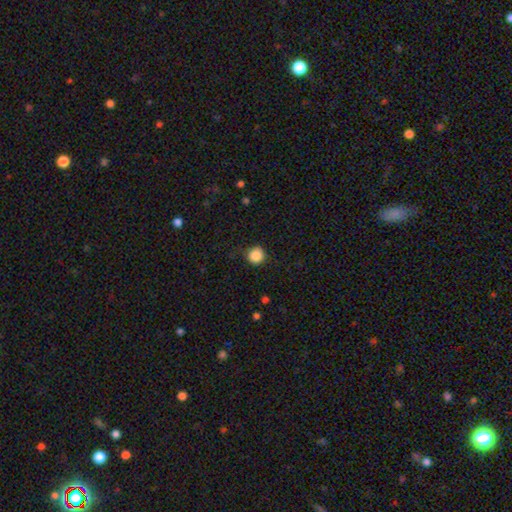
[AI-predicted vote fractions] A smooth galaxy with no disk features (87%) that is round (94%).

Vote fractions:
- Smooth or featured? smooth: 87% / star or artifact: 10% / featured or disk: 3%
- How rounded? round: 94% / in between: 5% / cigar-shaped: 1%
- Merging? none: 85% / minor disturbance: 11% / major disturbance: 3% / merger: 1%